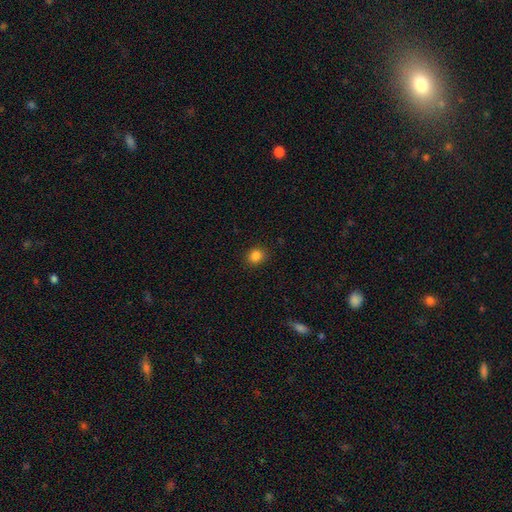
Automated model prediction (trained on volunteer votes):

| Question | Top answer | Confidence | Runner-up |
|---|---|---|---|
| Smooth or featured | smooth | 85% | star or artifact (12%) |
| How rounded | round | 76% | in between (23%) |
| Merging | none | 89% | minor disturbance (8%) |